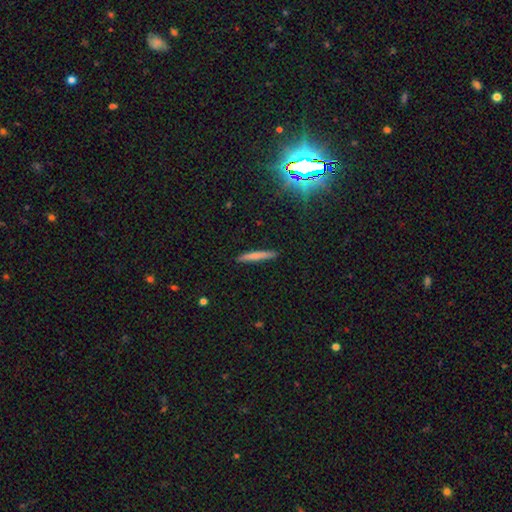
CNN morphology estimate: Smooth or featured? Predicted: smooth (p=0.71). How rounded? Predicted: cigar-shaped (p=0.95). Merging? Predicted: none (p=0.89).